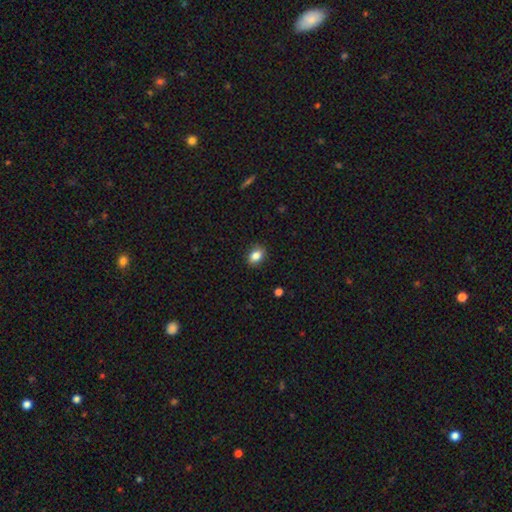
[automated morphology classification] Smooth or featured: smooth — 83% (star or artifact — 9%)
How rounded: in between — 75% (round — 24%)
Merging: none — 88% (minor disturbance — 9%)